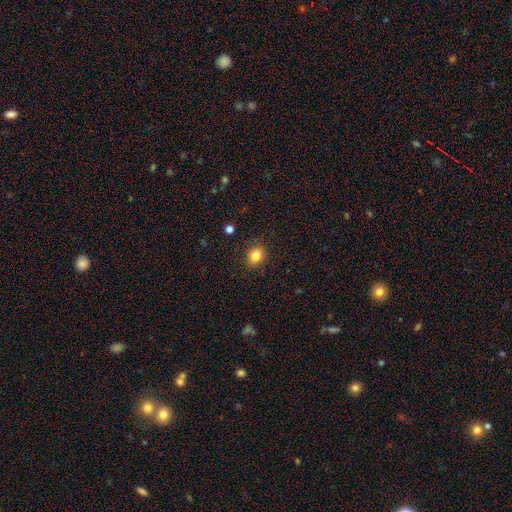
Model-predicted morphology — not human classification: The model was most divided on "how rounded": round: 52%, in between: 47%, cigar-shaped: 1%. More confident: merging — none (88%); smooth or featured — smooth (84%).